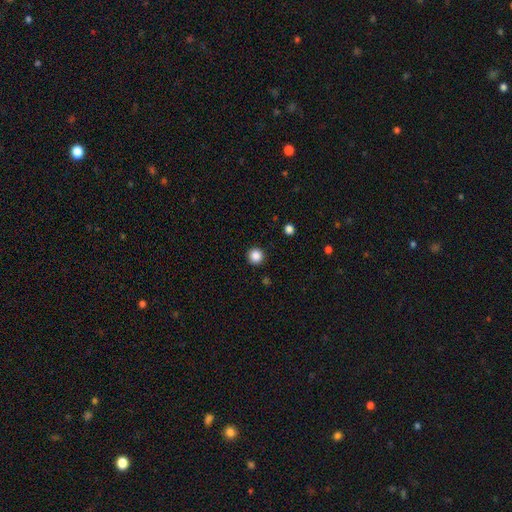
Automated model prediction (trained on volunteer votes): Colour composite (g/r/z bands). It shows a smooth galaxy with no disk features (87%) that is round (96%). Merging: none (92%).